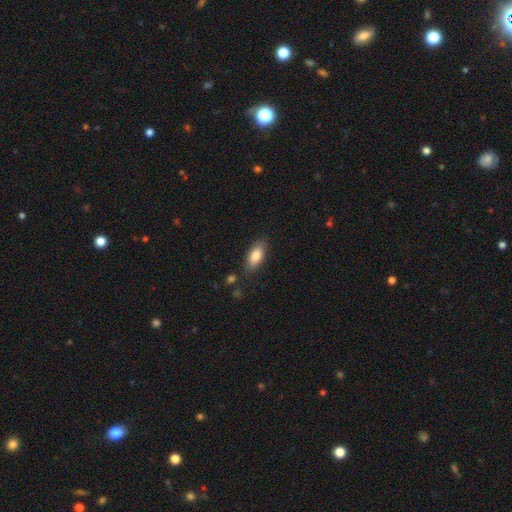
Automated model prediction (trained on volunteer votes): This is clearly a smooth galaxy (82%). How rounded: clearly in between (83%). Merging: clearly none (82%).